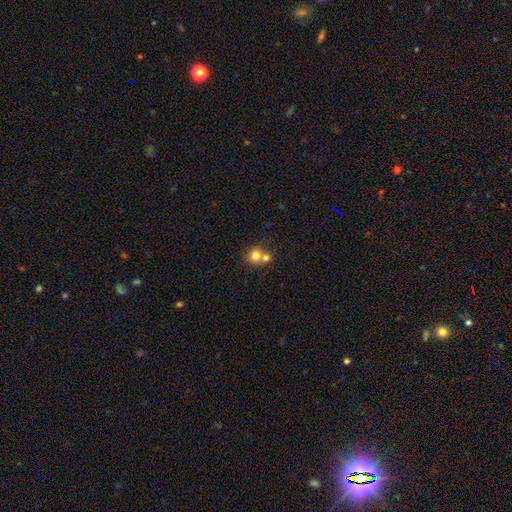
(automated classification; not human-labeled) smooth-or-featured: smooth: 78% | featured or disk: 11% | star or artifact: 11%
  how-rounded: round: 84% | in between: 15% | cigar-shaped: 1%
  merging: merger: 49% | none: 42% | minor disturbance: 6% | major disturbance: 2%